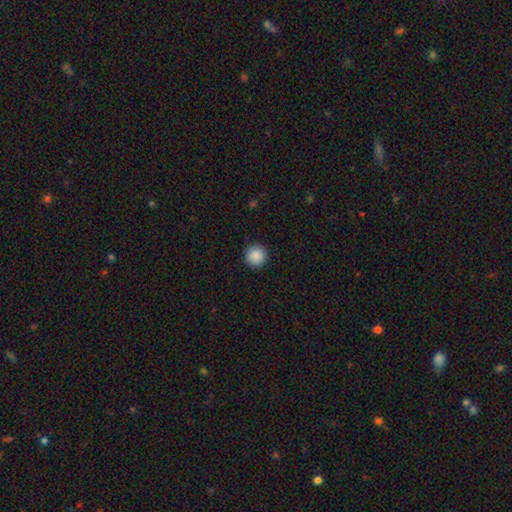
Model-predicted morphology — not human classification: smooth-or-featured: smooth: 88% | star or artifact: 8% | featured or disk: 3%
  how-rounded: round: 96% | in between: 3% | cigar-shaped: 1%
  merging: none: 92% | minor disturbance: 5% | major disturbance: 2% | merger: 1%